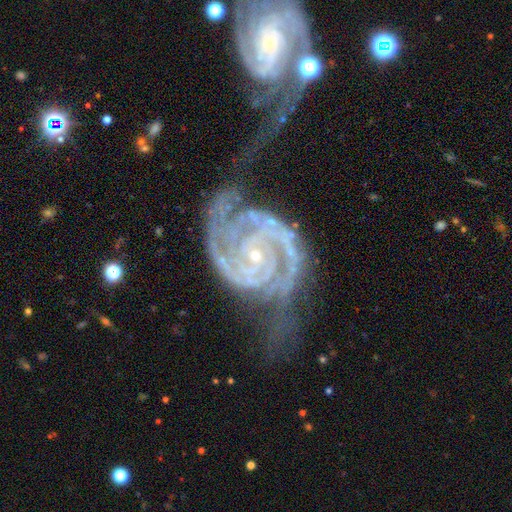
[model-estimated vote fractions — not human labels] Q: Smooth or featured?
A: featured or disk (93%); runner-up: star or artifact (5%)
Q: Edge-on disk?
A: no (98%); runner-up: yes (2%)
Q: Bar?
A: no (62%); runner-up: weak (24%)
Q: Spiral arms?
A: yes (98%); runner-up: no (2%)
Q: Spiral winding?
A: tight (64%); runner-up: medium (29%)
Q: Spiral arm count?
A: 2 (59%); runner-up: 3 (14%)
Q: Bulge size?
A: small (82%); runner-up: moderate (15%)
Q: Merging?
A: none (34%); tied with: major disturbance (34%)